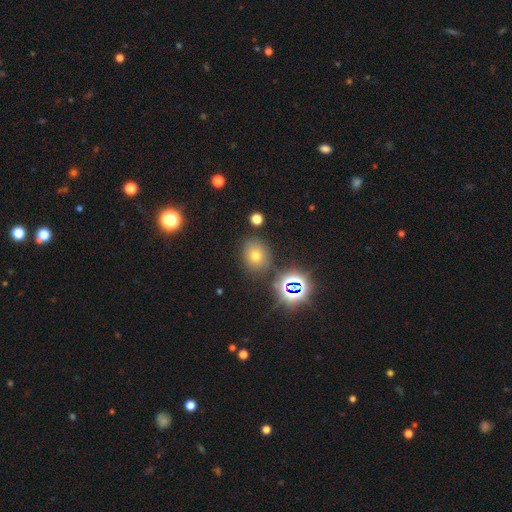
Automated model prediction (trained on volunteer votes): Morphology: type=smooth (62%); roundness=round (66%); merging=none (81%).